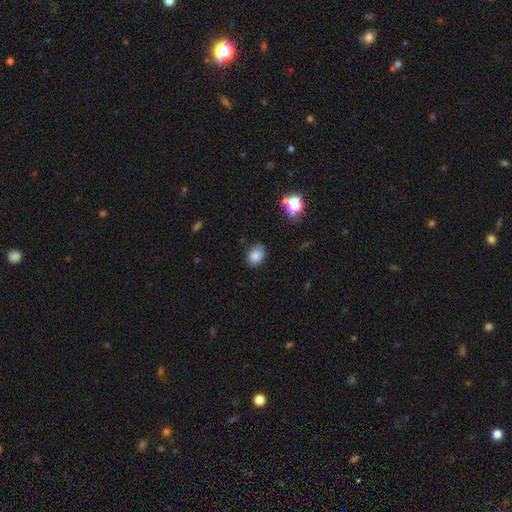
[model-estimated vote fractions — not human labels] Q: Smooth or featured?
A: smooth (82%); runner-up: star or artifact (11%)
Q: How rounded?
A: in between (66%); runner-up: round (33%)
Q: Merging?
A: none (77%); runner-up: minor disturbance (18%)